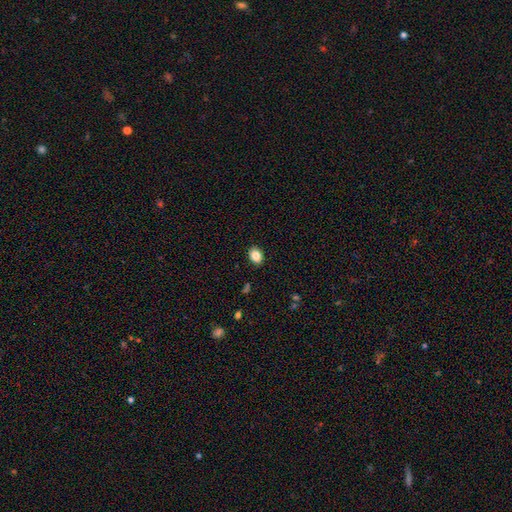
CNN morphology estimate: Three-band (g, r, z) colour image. It shows a smooth galaxy with no disk features (84%) that is in between round and cigar-shaped (61%). Merging: none (90%).